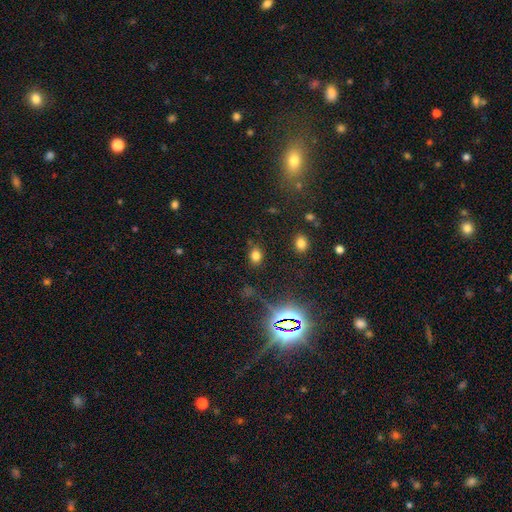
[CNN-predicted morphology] Smooth or featured?
  - smooth: 72% *
  - star or artifact: 21%
  - featured or disk: 7%
How rounded?
  - in between: 61% *
  - round: 37%
  - cigar-shaped: 2%
Merging?
  - none: 81% *
  - minor disturbance: 11%
  - major disturbance: 4%
  - merger: 3%